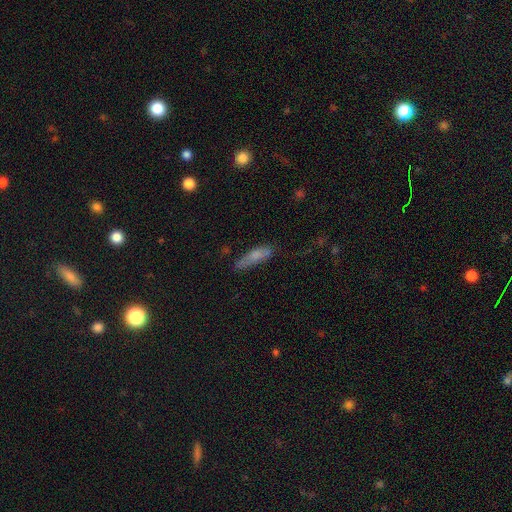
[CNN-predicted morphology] Smooth or featured?
  - smooth: 72% *
  - featured or disk: 20%
  - star or artifact: 8%
How rounded?
  - cigar-shaped: 69% *
  - in between: 29%
  - round: 2%
Merging?
  - none: 64% *
  - minor disturbance: 24%
  - major disturbance: 7%
  - merger: 4%